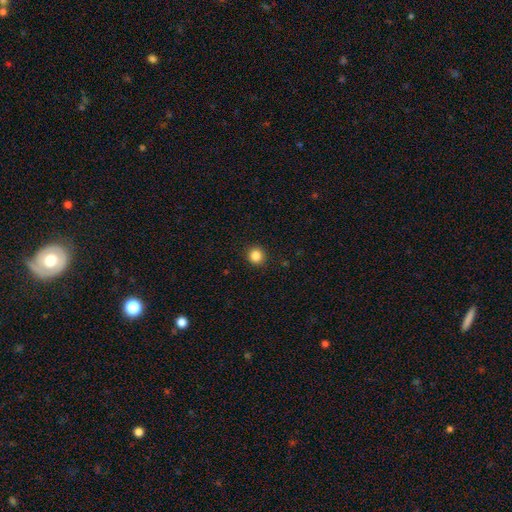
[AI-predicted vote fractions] Smooth or featured? Predicted: smooth (p=0.85). How rounded? Predicted: round (p=0.93). Merging? Predicted: none (p=0.92).